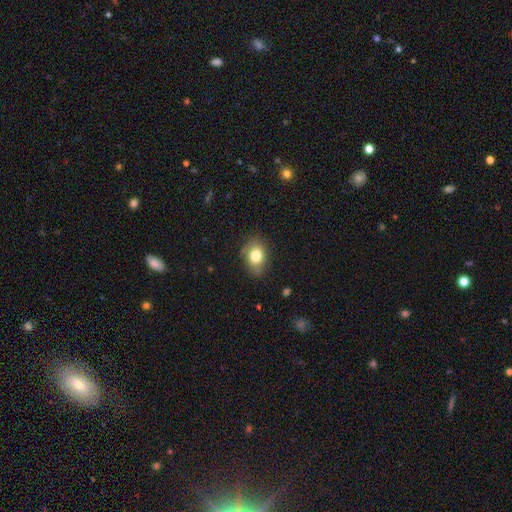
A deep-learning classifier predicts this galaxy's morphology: This is likely a smooth galaxy (78%). How rounded: likely in between (65%). Merging: likely none (74%).